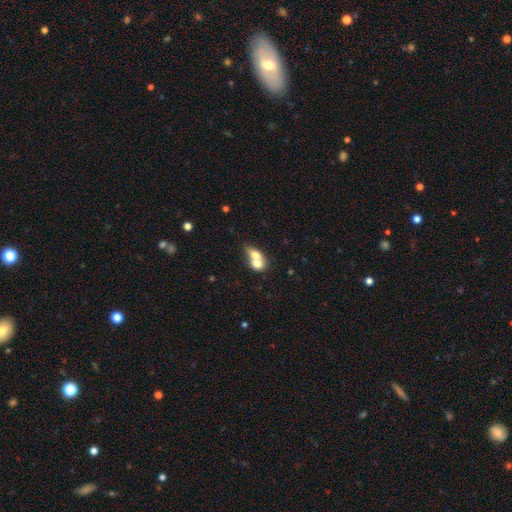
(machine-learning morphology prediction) This appears to be a smooth galaxy with no disk features (66%) that is in between round and cigar-shaped (60%). Merging: merger (72%).